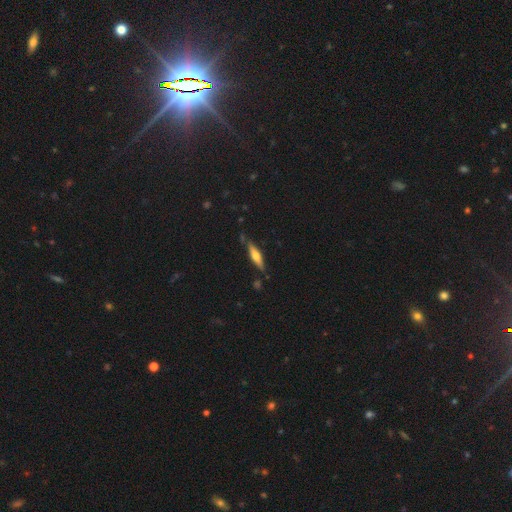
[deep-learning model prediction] smooth_or_featured: featured or disk (p=0.49) [alt: smooth p=0.45]
merging: none (p=0.79) [alt: minor disturbance p=0.14]